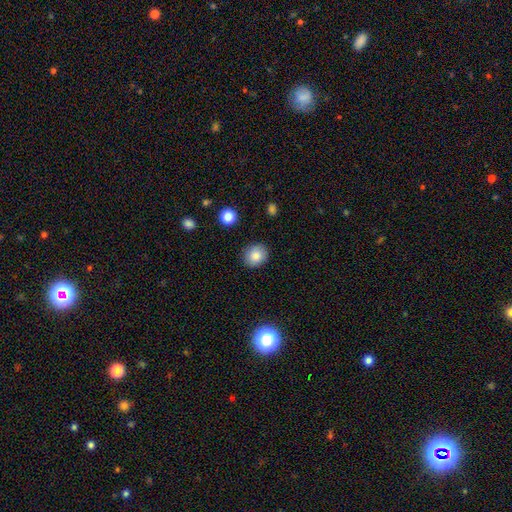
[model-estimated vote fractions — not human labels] smooth-or-featured: smooth: 84% | star or artifact: 9% | featured or disk: 6%
  how-rounded: round: 78% | in between: 21% | cigar-shaped: 1%
  merging: none: 88% | minor disturbance: 8% | major disturbance: 2% | merger: 1%